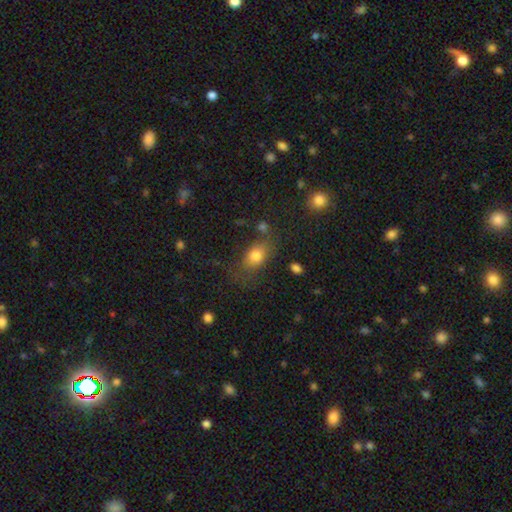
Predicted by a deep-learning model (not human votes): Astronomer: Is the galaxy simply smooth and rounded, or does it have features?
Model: smooth — 78%.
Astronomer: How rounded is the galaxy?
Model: in between — 76%.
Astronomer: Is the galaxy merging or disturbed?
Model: none — 62%.